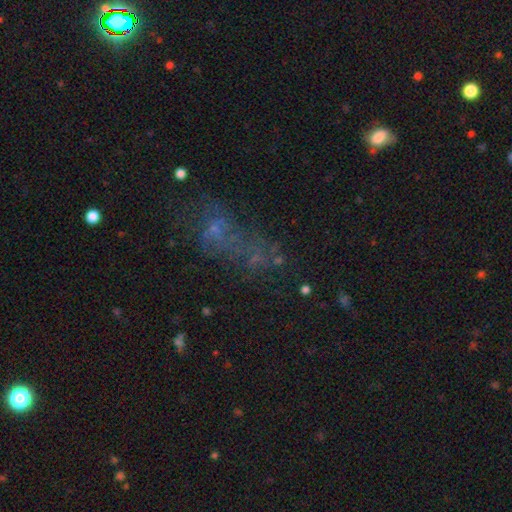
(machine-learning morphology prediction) A star or artifact, not a galaxy (35%).

Vote fractions:
- Smooth or featured? star or artifact: 35% / featured or disk: 33% / smooth: 32%